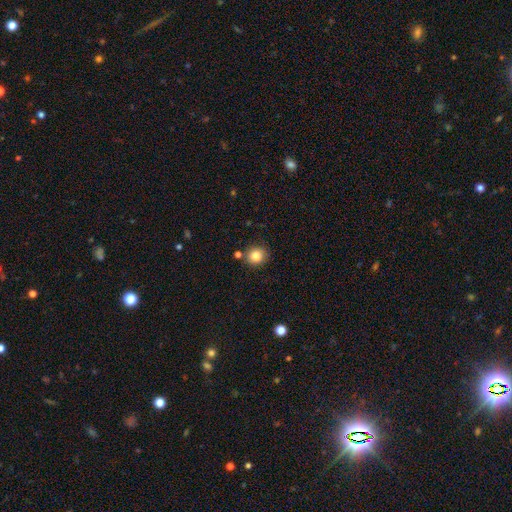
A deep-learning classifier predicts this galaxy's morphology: A smooth galaxy with no disk features (83%) that is round (83%). Merging: none (81%).